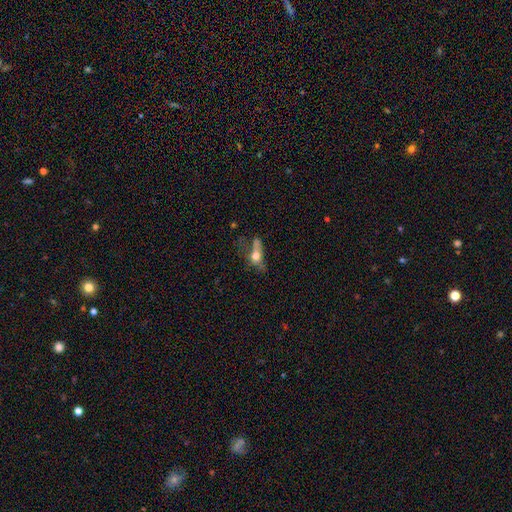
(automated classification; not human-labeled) A smooth galaxy with no disk features (53%) that is in between round and cigar-shaped (60%).

Vote fractions:
- Smooth or featured? smooth: 53% / featured or disk: 35% / star or artifact: 12%
- How rounded? in between: 60% / cigar-shaped: 20% / round: 20%
- Merging? major disturbance: 39% / none: 28% / minor disturbance: 21% / merger: 12%